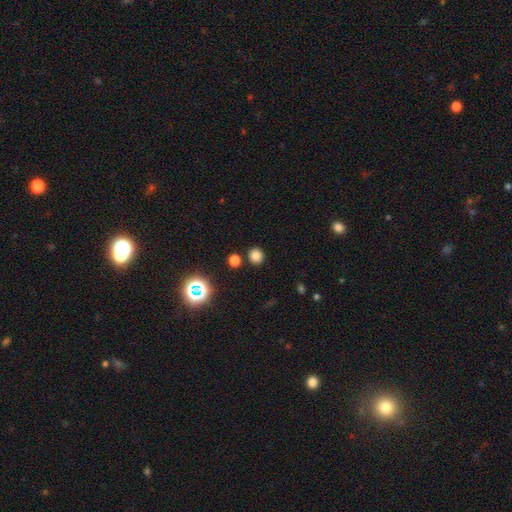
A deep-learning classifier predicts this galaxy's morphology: Smooth or featured: smooth — 78% (star or artifact — 17%)
How rounded: round — 87% (in between — 12%)
Merging: none — 86% (minor disturbance — 6%)